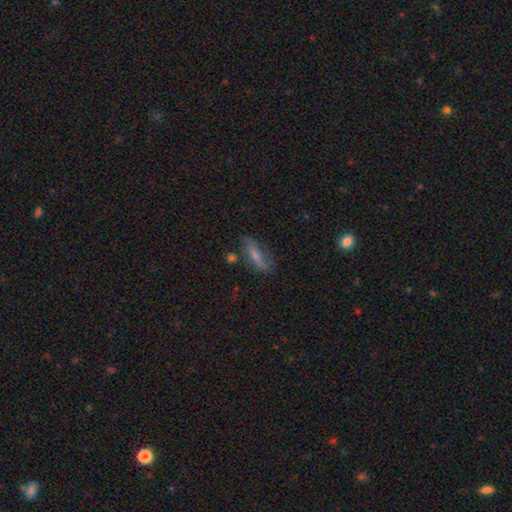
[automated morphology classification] This appears to be a smooth galaxy with no disk features (62%) that is in between round and cigar-shaped (59%). Merging: none (56%).